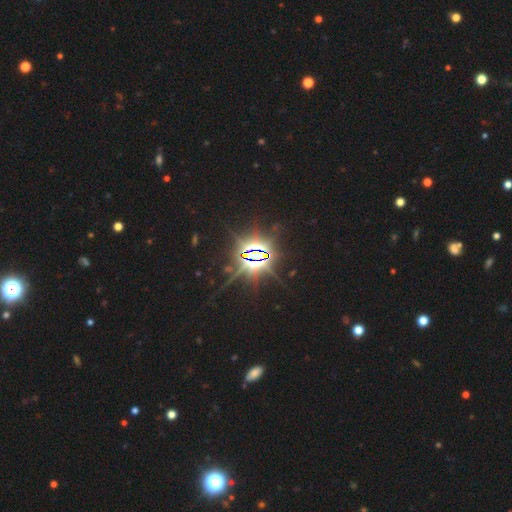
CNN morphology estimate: Smooth or featured? Predicted: star or artifact (p=0.86).